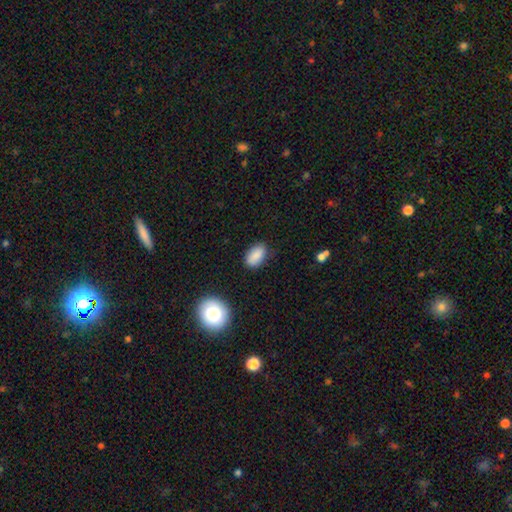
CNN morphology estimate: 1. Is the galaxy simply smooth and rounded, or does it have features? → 87% smooth, 8% star or artifact, 5% featured or disk.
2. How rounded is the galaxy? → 92% in between, 6% round, 3% cigar-shaped.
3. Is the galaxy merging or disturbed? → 80% none, 16% minor disturbance, 3% major disturbance, 2% merger.